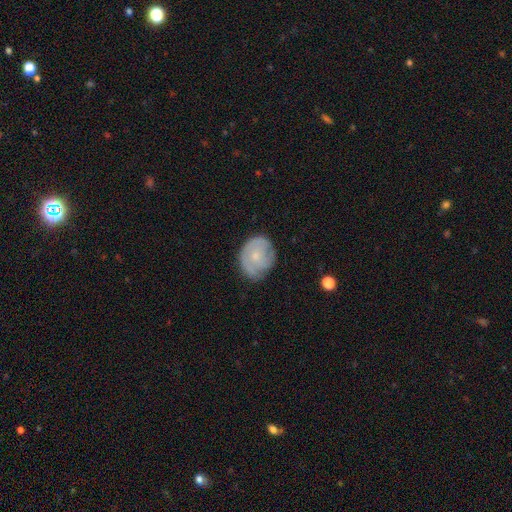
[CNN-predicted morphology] smooth 49%, featured or disk 44%, star or artifact 7%. Down the decision tree: merging — none (64%).